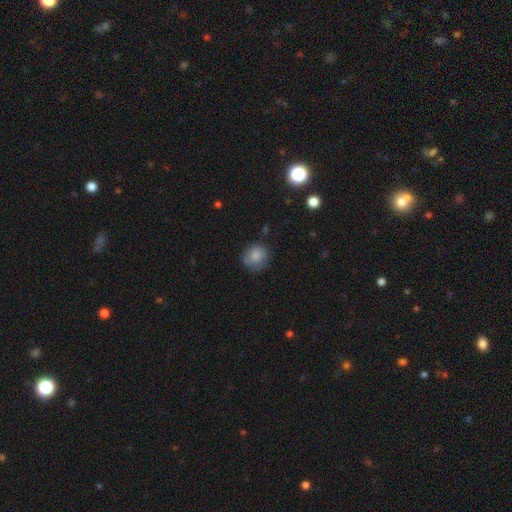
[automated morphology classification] type=smooth (78%); roundness=round (86%); merging=none (73%).